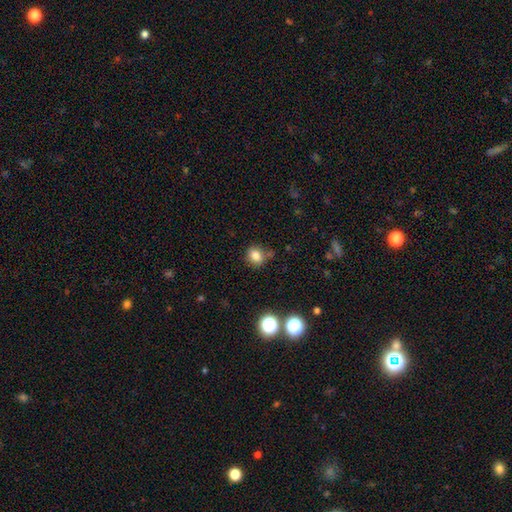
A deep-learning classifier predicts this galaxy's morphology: The model was most divided on "how rounded": round: 68%, in between: 31%, cigar-shaped: 1%. More confident: smooth or featured — smooth (81%); merging — none (69%).